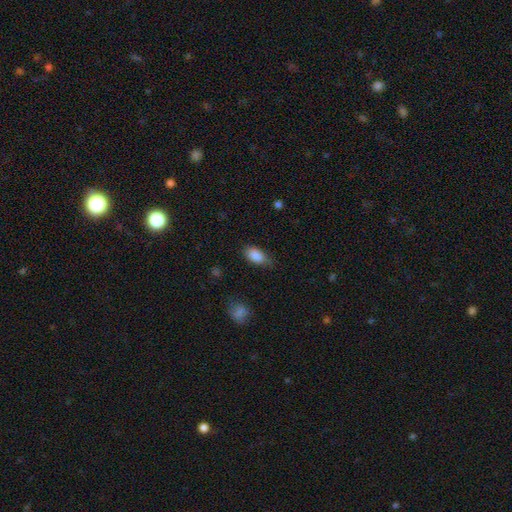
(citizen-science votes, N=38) Q: Smooth or featured?
A: smooth (89%); runner-up: featured or disk (5%)
Q: How rounded?
A: in between (85%); runner-up: cigar-shaped (9%)
Q: Merging?
A: none (78%); runner-up: minor disturbance (19%)